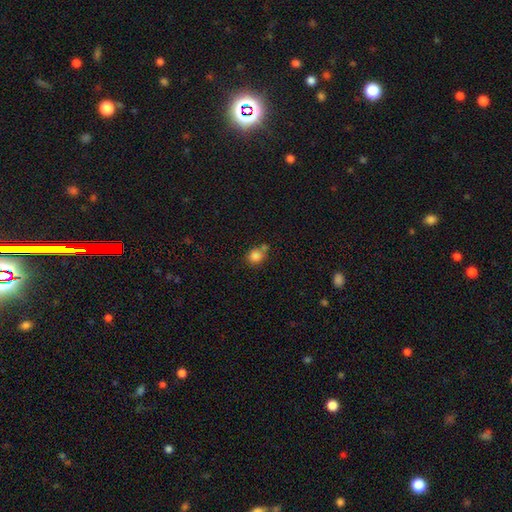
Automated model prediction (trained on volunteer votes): Morphology: type=smooth (83%); roundness=round (80%); merging=none (59%).